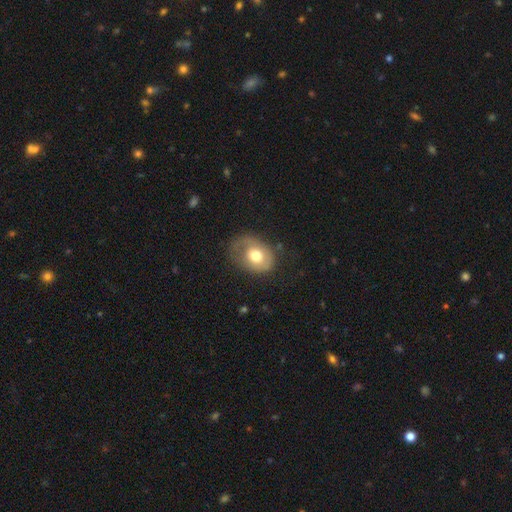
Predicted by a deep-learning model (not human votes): Smooth or featured?
  - smooth: 64% *
  - featured or disk: 29%
  - star or artifact: 8%
How rounded?
  - in between: 63% *
  - round: 36%
  - cigar-shaped: 1%
Merging?
  - none: 41% *
  - minor disturbance: 32%
  - major disturbance: 25%
  - merger: 2%